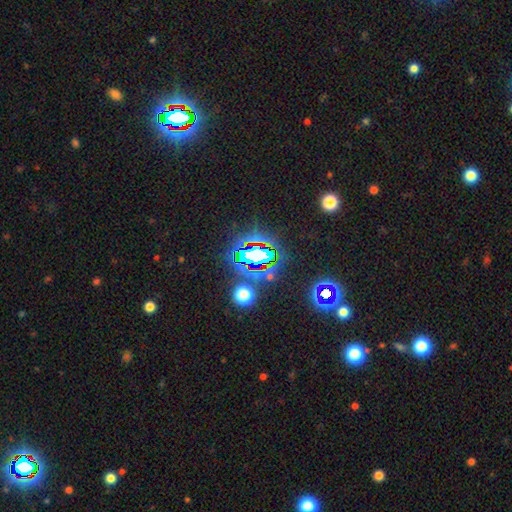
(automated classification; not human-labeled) The model was most divided on "smooth or featured": star or artifact: 71%, smooth: 16%, featured or disk: 12%.